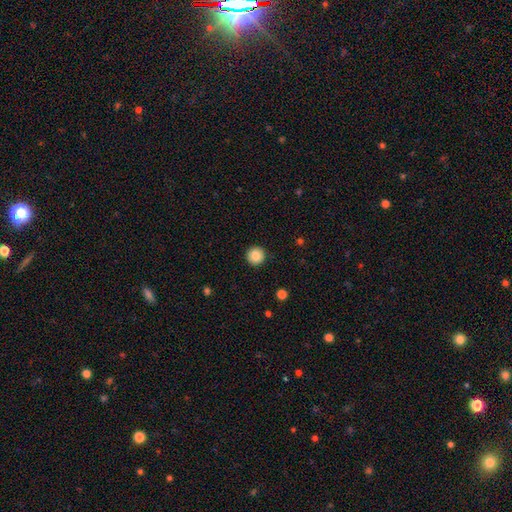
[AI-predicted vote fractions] Overall: smooth (85%). How rounded: round (96%). Merging: none (93%).